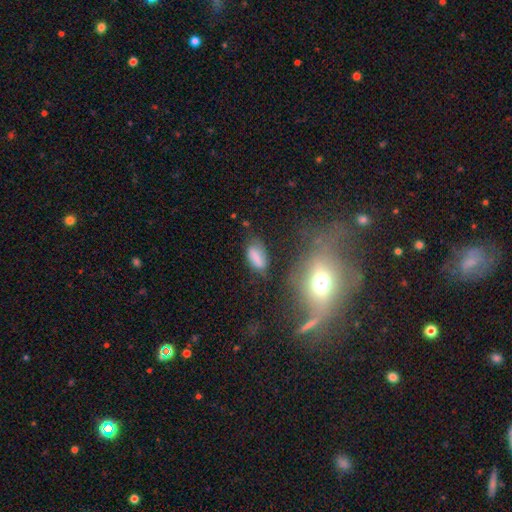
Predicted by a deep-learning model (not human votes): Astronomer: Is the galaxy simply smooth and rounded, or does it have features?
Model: smooth — 73%.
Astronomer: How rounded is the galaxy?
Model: in between — 86%.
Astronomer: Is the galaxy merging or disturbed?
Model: none — 60%.